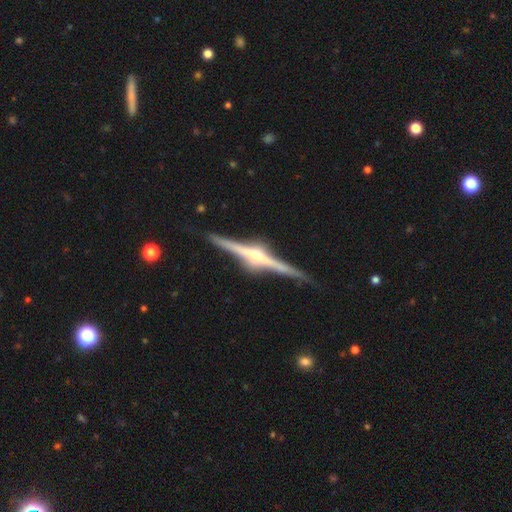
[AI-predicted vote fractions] smooth-or-featured: featured or disk: 89% | smooth: 6% | star or artifact: 5%
  disk-edge-on: yes: 98% | no: 2%
    edge-on-bulge: rounded: 89% | boxy: 7% | none: 4%
  merging: none: 88% | minor disturbance: 9% | major disturbance: 2% | merger: 2%